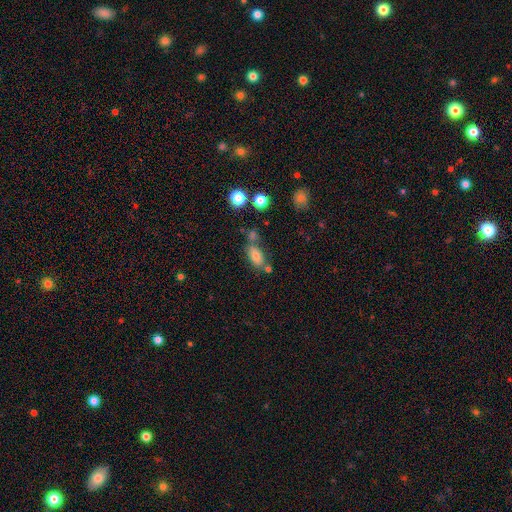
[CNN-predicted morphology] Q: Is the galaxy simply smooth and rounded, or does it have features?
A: smooth — 75%.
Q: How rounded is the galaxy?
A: in between — 88%.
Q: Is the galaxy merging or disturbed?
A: none — 61%.